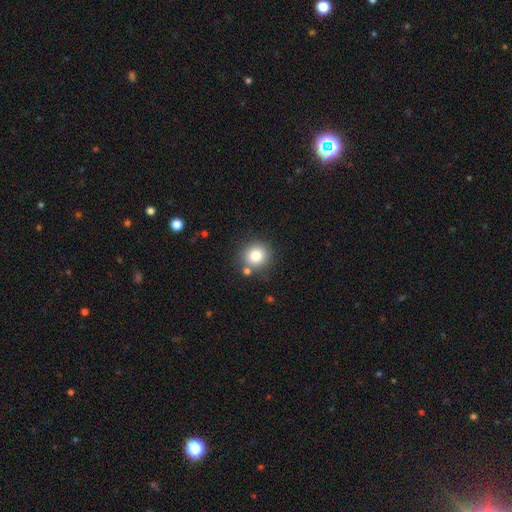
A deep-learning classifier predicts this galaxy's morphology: Smooth or featured? smooth (81%)
How rounded? round (91%)
Merging? none (81%)